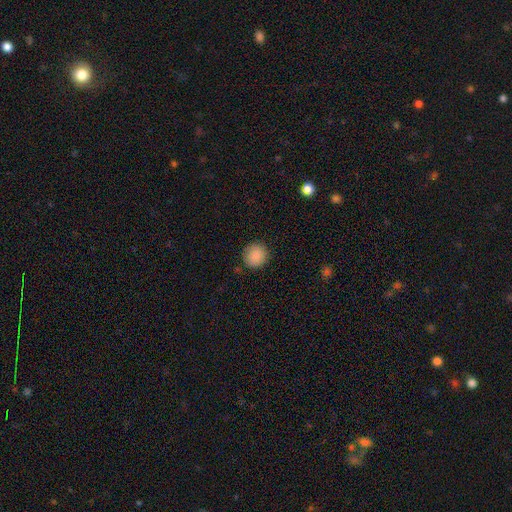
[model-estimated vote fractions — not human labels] Smooth or featured? smooth (88%)
How rounded? round (93%)
Merging? none (89%)